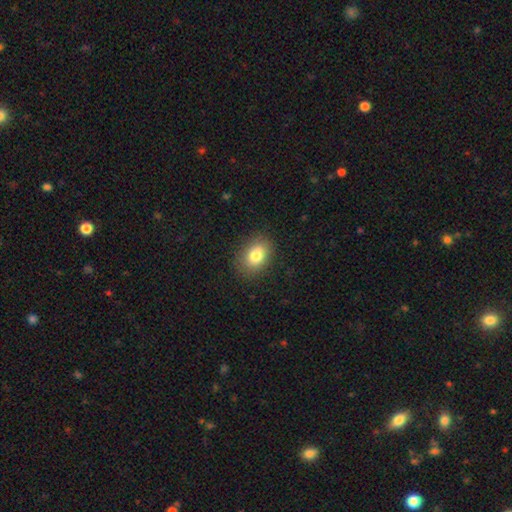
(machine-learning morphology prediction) Q: Smooth or featured?
A: smooth (80%); runner-up: featured or disk (10%)
Q: How rounded?
A: in between (76%); runner-up: round (23%)
Q: Merging?
A: none (84%); runner-up: minor disturbance (11%)